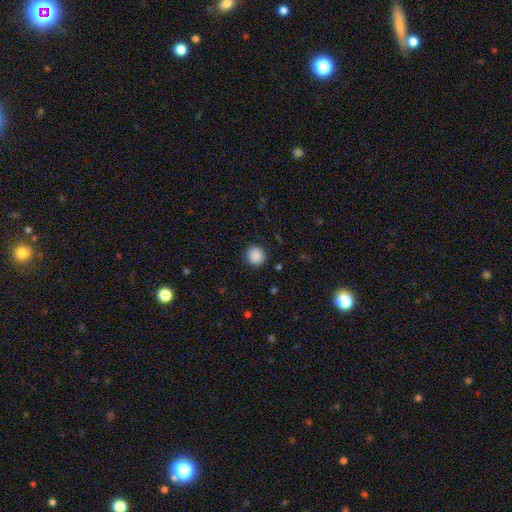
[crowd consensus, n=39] A smooth galaxy with no disk features (90%) that is round (89%). Merging: none (91%).